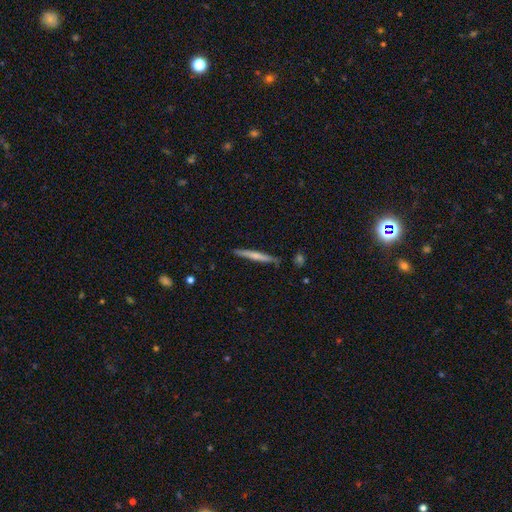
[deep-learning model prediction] The model was most divided on "smooth or featured": smooth: 56%, featured or disk: 39%, star or artifact: 5%. More confident: how rounded — cigar-shaped (96%); merging — none (86%).